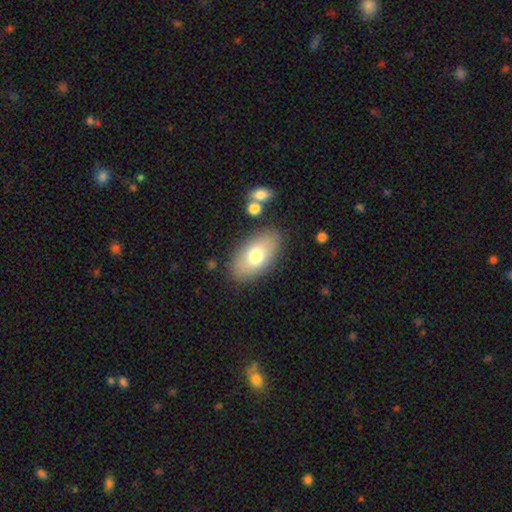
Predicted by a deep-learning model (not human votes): smooth_or_featured: smooth (p=0.73) [alt: featured or disk p=0.20]
how_rounded: in between (p=0.93) [alt: round p=0.05]
merging: none (p=0.83) [alt: minor disturbance p=0.10]